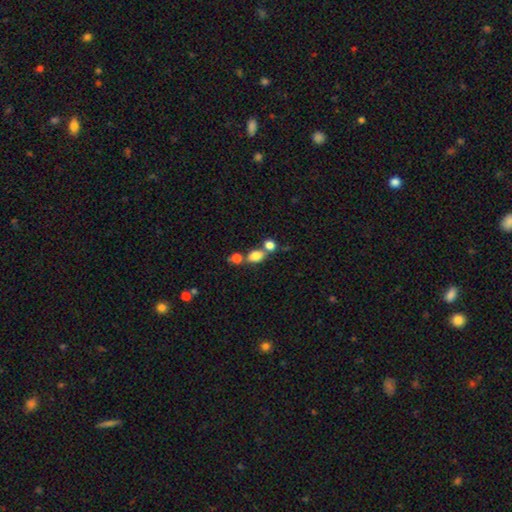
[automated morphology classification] This is likely a smooth galaxy (80%). How rounded: likely in between (70%). Merging: possibly none (46%).